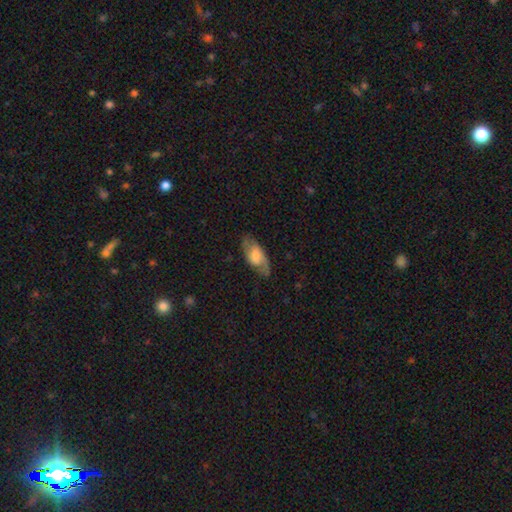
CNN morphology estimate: A featured or disk galaxy (65%) with a weak bar (44%), 2 (86%) medium (50%) spiral arms (88%) and a moderate central bulge (34%). Merging: none (78%).